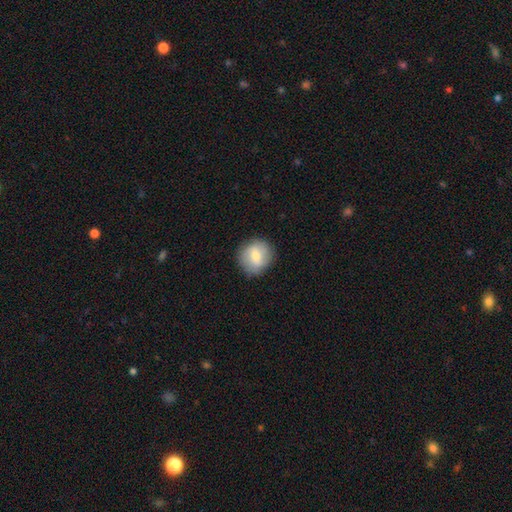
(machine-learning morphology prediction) Smooth or featured?
  - smooth: 65% *
  - featured or disk: 28%
  - star or artifact: 7%
How rounded?
  - round: 87% *
  - in between: 12%
  - cigar-shaped: 1%
Merging?
  - none: 84% *
  - minor disturbance: 12%
  - major disturbance: 3%
  - merger: 1%